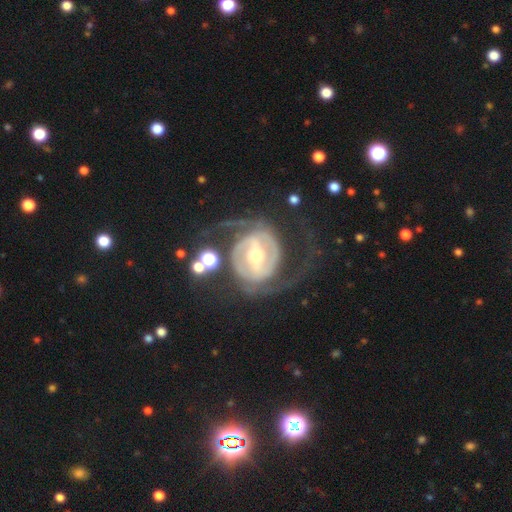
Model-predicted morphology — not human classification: featured or disk 89%, smooth 6%, star or artifact 5%. Down the decision tree: edge-on disk — no (97%); bar — strong (54%); spiral arms — yes (93%); spiral arm count — 2 (76%); spiral winding — medium (42%); bulge size — moderate (62%); merging — none (60%).